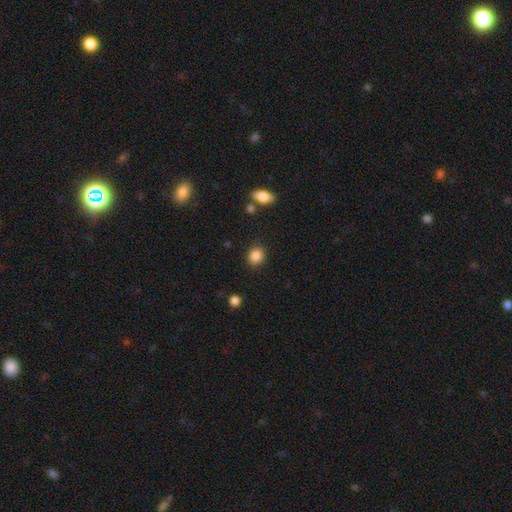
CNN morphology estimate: A smooth galaxy with no disk features (86%) that is round (75%). Merging: none (86%).